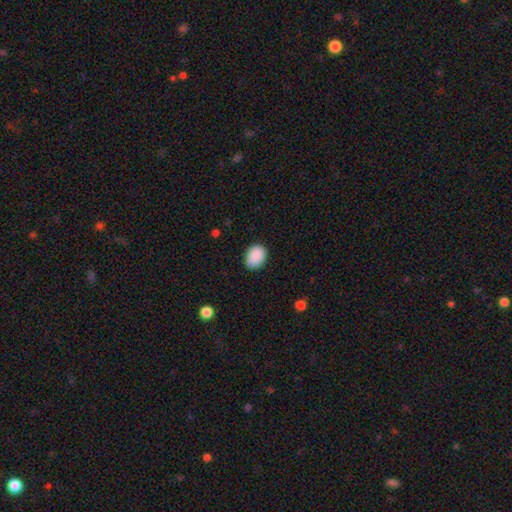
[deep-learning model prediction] Morphology: type=smooth (88%); roundness=in between (62%); merging=none (77%).